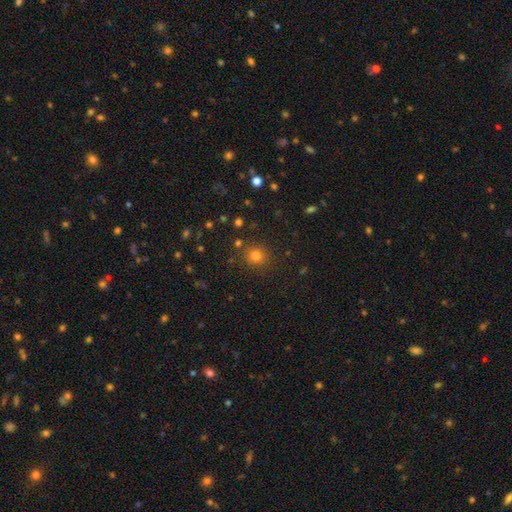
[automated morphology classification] Overall: smooth (76%). How rounded: round (90%). Merging: none (87%).